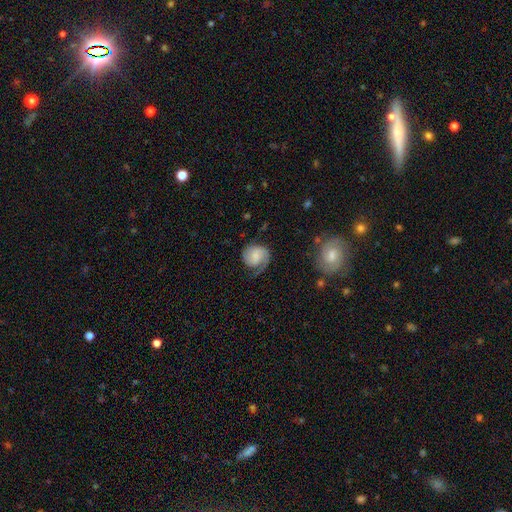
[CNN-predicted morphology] Smooth or featured? featured or disk (54%)
Edge-on disk? no (98%)
Bar? no (56%)
Spiral arms? yes (92%)
Bulge size? small (38%)
Merging? none (56%)